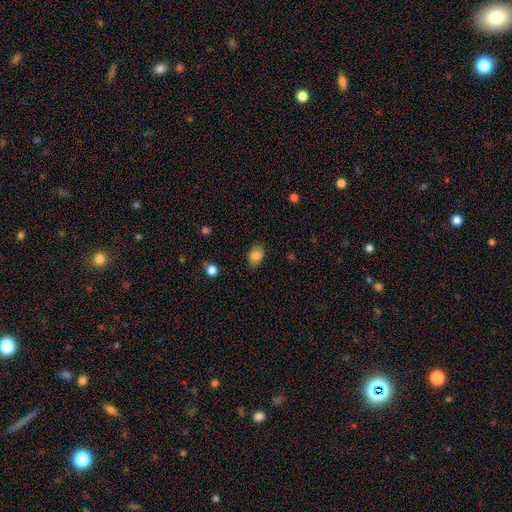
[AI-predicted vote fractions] smooth_or_featured: smooth (p=0.83) [alt: featured or disk p=0.09]
how_rounded: in between (p=0.82) [alt: round p=0.17]
merging: none (p=0.83) [alt: minor disturbance p=0.13]